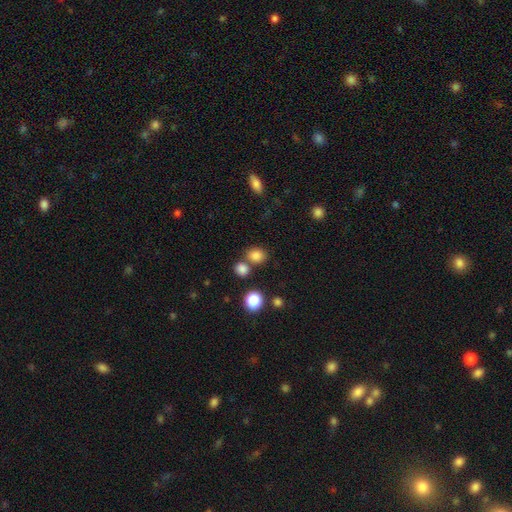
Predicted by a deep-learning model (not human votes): This is clearly a smooth galaxy (82%). How rounded: likely round (68%). Merging: likely none (66%).